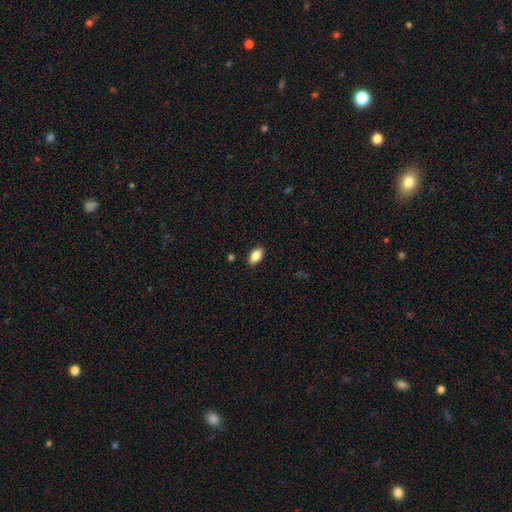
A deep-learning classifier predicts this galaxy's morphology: smooth_or_featured: smooth (p=0.85) [alt: star or artifact p=0.08]
how_rounded: in between (p=0.93) [alt: round p=0.05]
merging: none (p=0.89) [alt: minor disturbance p=0.08]